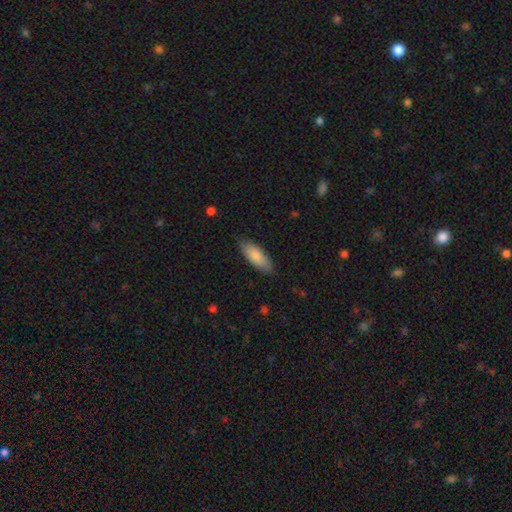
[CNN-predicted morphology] smooth 85%, featured or disk 10%, star or artifact 5%. Down the decision tree: how rounded — in between (74%); merging — none (81%).